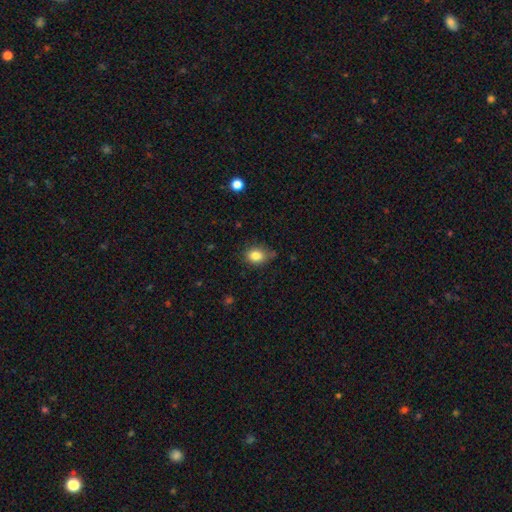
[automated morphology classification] smooth 83%, star or artifact 10%, featured or disk 7%. Down the decision tree: how rounded — in between (53%); merging — none (71%).